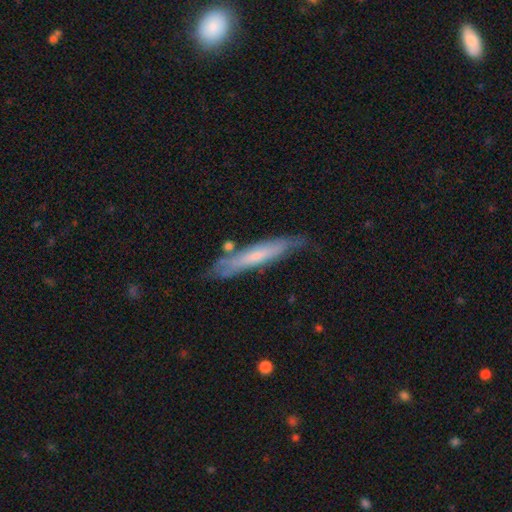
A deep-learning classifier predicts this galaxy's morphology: This is possibly a featured or disk galaxy (50%). It is likely viewed edge-on (72%). Merging: likely none (68%).